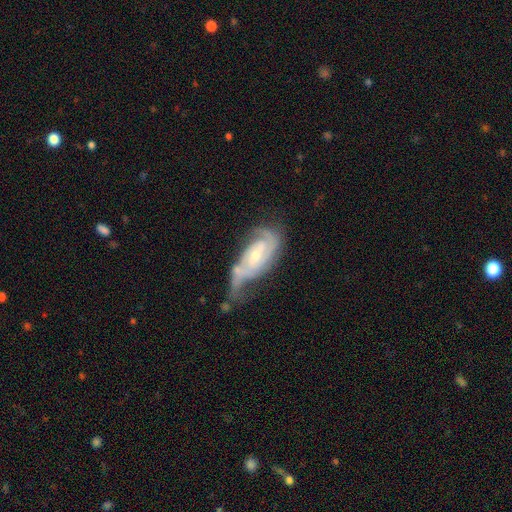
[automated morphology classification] Smooth or featured? Predicted: featured or disk (p=0.85). Edge-on disk? Predicted: no (p=0.95). Bar? Predicted: no (p=0.46). Spiral arms? Predicted: yes (p=0.95). Spiral winding? Predicted: tight (p=0.49). Spiral arm count? Predicted: 2 (p=0.63). Bulge size? Predicted: small (p=0.52). Merging? Predicted: none (p=0.40).